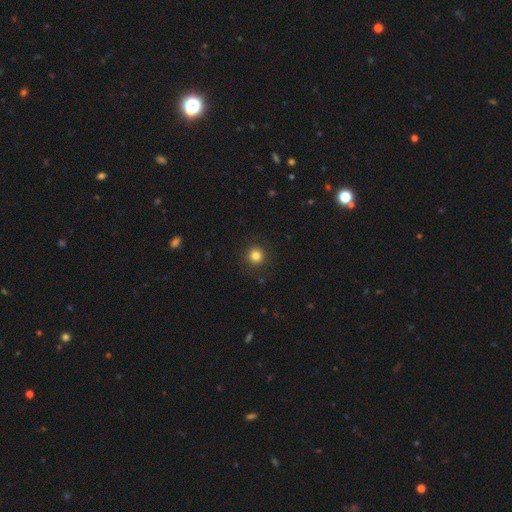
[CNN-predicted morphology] A smooth galaxy with no disk features (83%) that is round (94%). Merging: none (91%).